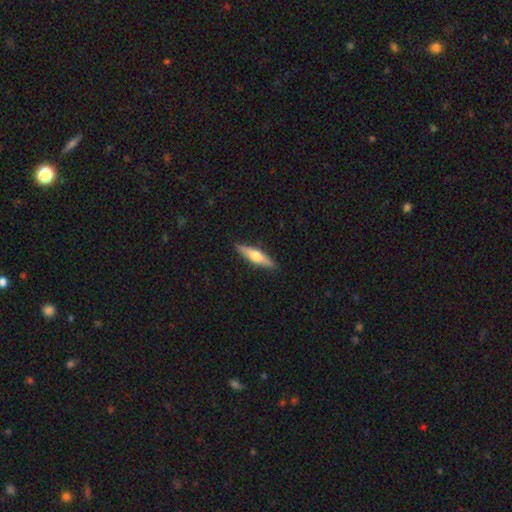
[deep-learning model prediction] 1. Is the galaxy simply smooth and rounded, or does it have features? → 48% featured or disk, 47% smooth, 5% star or artifact.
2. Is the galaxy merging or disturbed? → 89% none, 8% minor disturbance, 2% major disturbance, 1% merger.